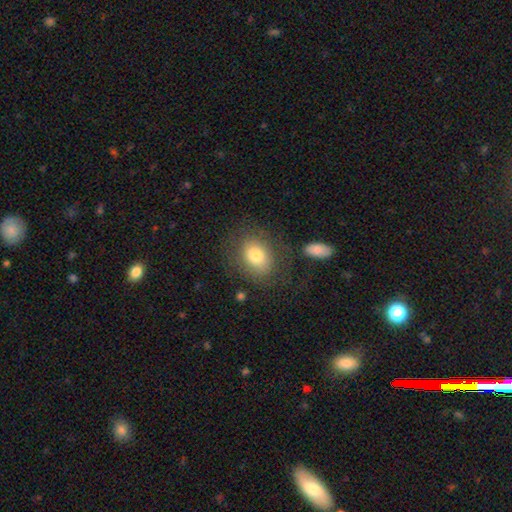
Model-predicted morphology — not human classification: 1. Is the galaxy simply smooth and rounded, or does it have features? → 76% smooth, 15% featured or disk, 9% star or artifact.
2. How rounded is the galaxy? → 59% in between, 40% round, 1% cigar-shaped.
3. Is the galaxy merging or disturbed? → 74% none, 14% minor disturbance, 8% major disturbance, 4% merger.